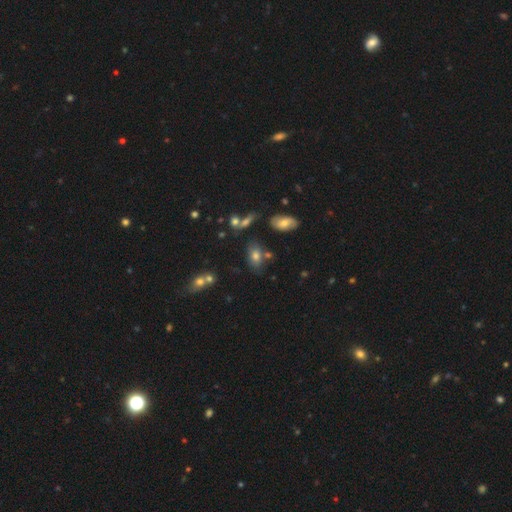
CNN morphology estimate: smooth-or-featured: smooth: 75% | star or artifact: 13% | featured or disk: 12%
  how-rounded: in between: 86% | round: 11% | cigar-shaped: 3%
  merging: none: 66% | minor disturbance: 17% | merger: 11% | major disturbance: 5%